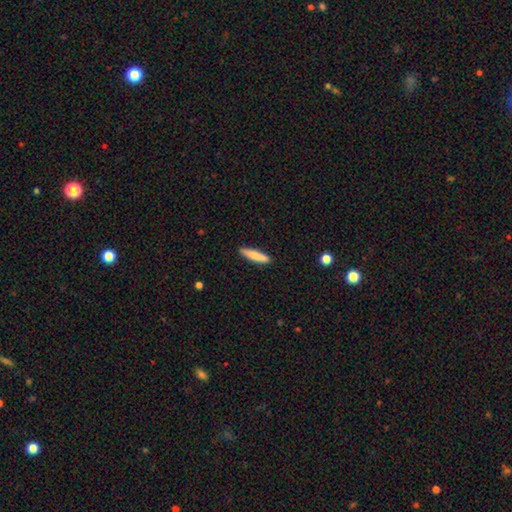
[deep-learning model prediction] smooth-or-featured: smooth: 80% | featured or disk: 15% | star or artifact: 6%
  how-rounded: cigar-shaped: 85% | in between: 13% | round: 1%
  merging: none: 90% | minor disturbance: 7% | major disturbance: 2% | merger: 1%